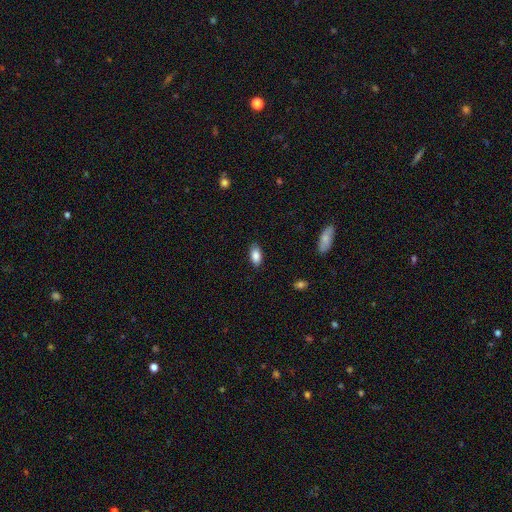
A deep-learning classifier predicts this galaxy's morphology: smooth-or-featured: smooth: 87% | star or artifact: 7% | featured or disk: 6%
  how-rounded: in between: 91% | cigar-shaped: 5% | round: 4%
  merging: none: 84% | minor disturbance: 12% | major disturbance: 2% | merger: 1%